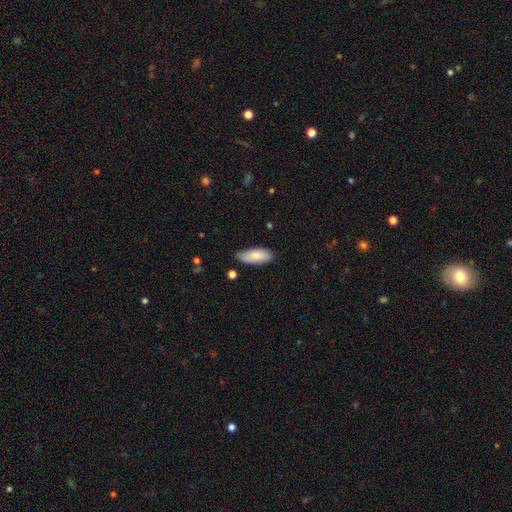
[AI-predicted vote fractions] A smooth galaxy with no disk features (82%) that is in between round and cigar-shaped (81%).

Vote fractions:
- Smooth or featured? smooth: 82% / featured or disk: 12% / star or artifact: 6%
- How rounded? in between: 81% / cigar-shaped: 17% / round: 2%
- Merging? none: 75% / minor disturbance: 20% / major disturbance: 3% / merger: 2%